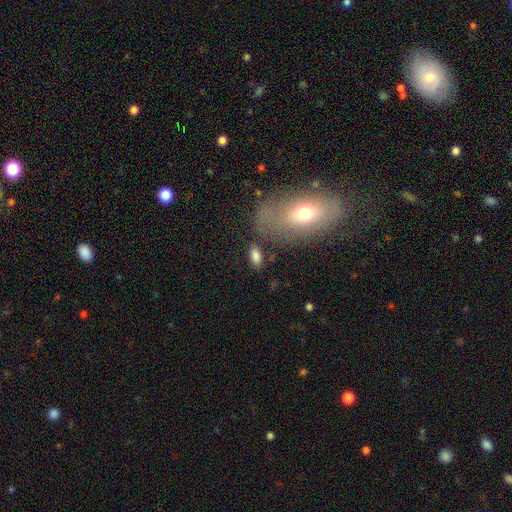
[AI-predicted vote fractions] smooth 83%, star or artifact 9%, featured or disk 9%. Down the decision tree: how rounded — in between (89%); merging — none (76%).